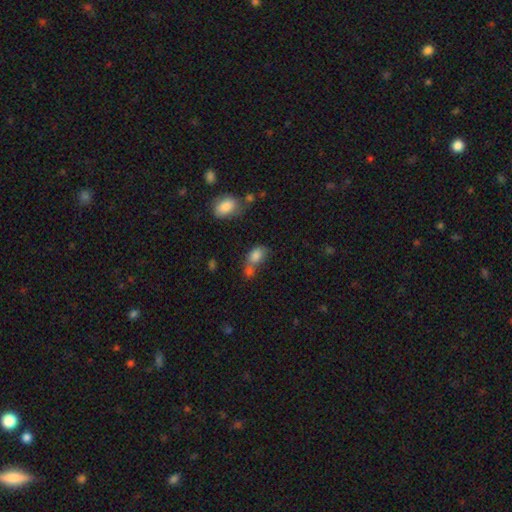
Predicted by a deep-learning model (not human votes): This appears to be a smooth galaxy with no disk features (79%) that is in between round and cigar-shaped (79%). Merging: merger (45%).